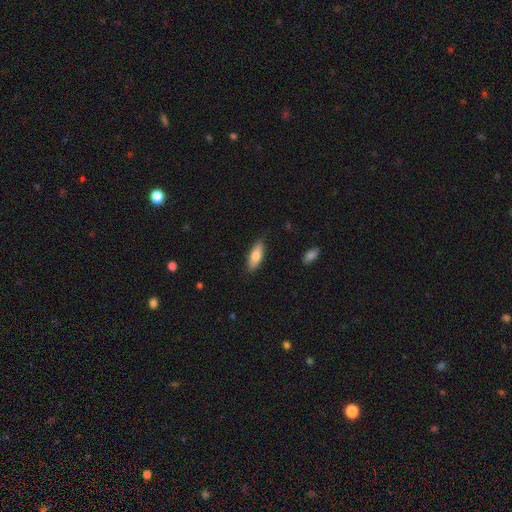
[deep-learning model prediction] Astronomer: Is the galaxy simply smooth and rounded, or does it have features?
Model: smooth — 76%.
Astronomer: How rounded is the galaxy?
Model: in between — 68%.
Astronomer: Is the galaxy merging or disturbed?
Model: none — 87%.